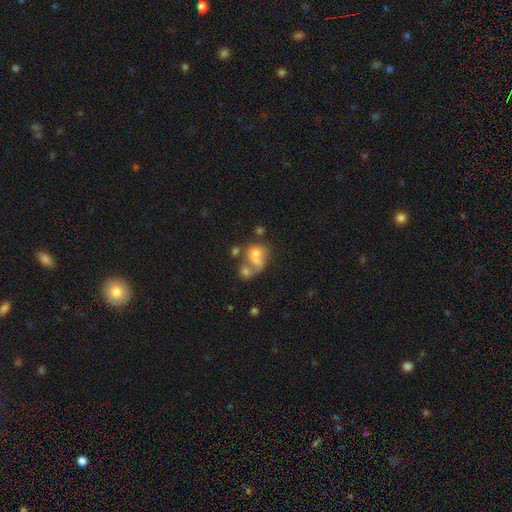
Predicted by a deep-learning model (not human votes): Overall: smooth (58%; featured or disk 31%). How rounded: round (52%; in between 46%). Merging: merger (51%; none 20%).